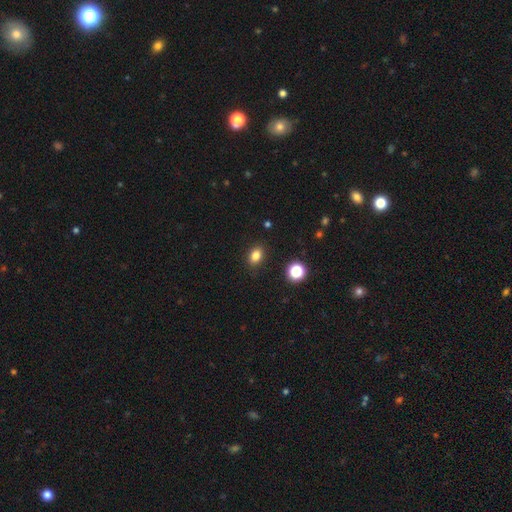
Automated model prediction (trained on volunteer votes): Smooth or featured: smooth — 82% (star or artifact — 12%)
How rounded: in between — 69% (round — 29%)
Merging: none — 87% (minor disturbance — 9%)